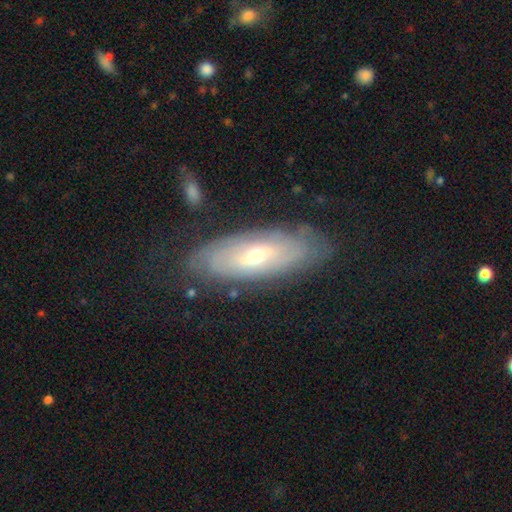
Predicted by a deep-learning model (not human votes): The model was most divided on "bulge size": moderate: 55%, small: 41%, large: 3%, dominant: 1%, none: 1%. More confident: merging — none (79%); edge-on disk — no (77%); smooth or featured — featured or disk (68%); spiral arms — yes (65%); bar — no (58%).